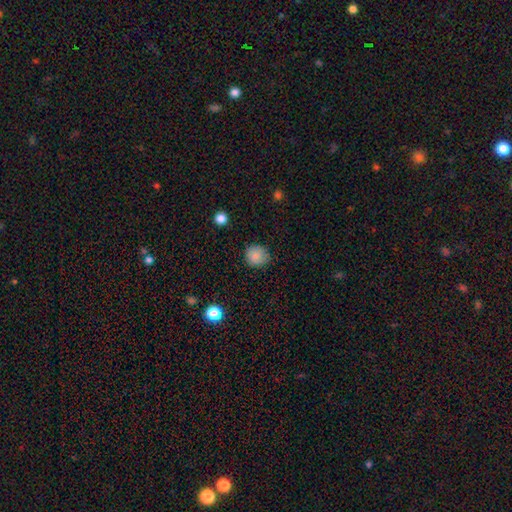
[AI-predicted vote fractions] Smooth or featured?
  - smooth: 84% *
  - star or artifact: 10%
  - featured or disk: 7%
How rounded?
  - round: 82% *
  - in between: 17%
  - cigar-shaped: 1%
Merging?
  - none: 79% *
  - minor disturbance: 17%
  - major disturbance: 3%
  - merger: 1%